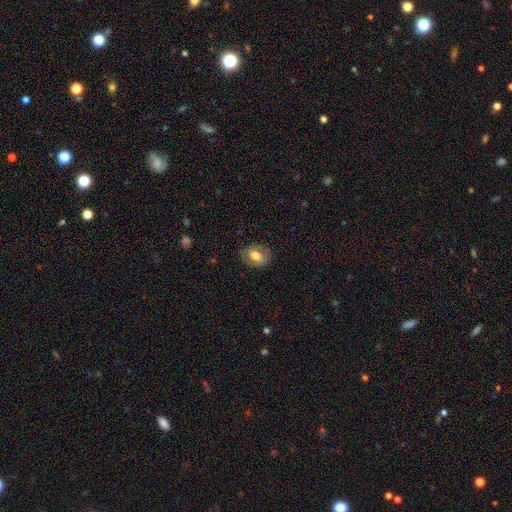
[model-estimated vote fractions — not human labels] A smooth galaxy with no disk features (67%) that is in between round and cigar-shaped (71%).

Vote fractions:
- Smooth or featured? smooth: 67% / featured or disk: 26% / star or artifact: 7%
- How rounded? in between: 71% / round: 28% / cigar-shaped: 1%
- Merging? none: 79% / minor disturbance: 15% / major disturbance: 5% / merger: 1%